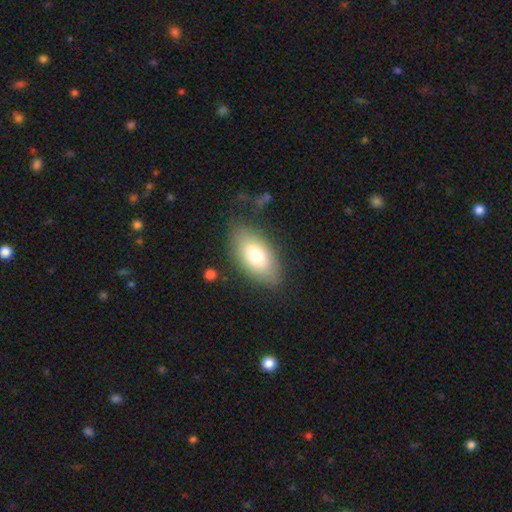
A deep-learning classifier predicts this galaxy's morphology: Overall: smooth (77%). How rounded: in between (92%). Merging: none (77%).